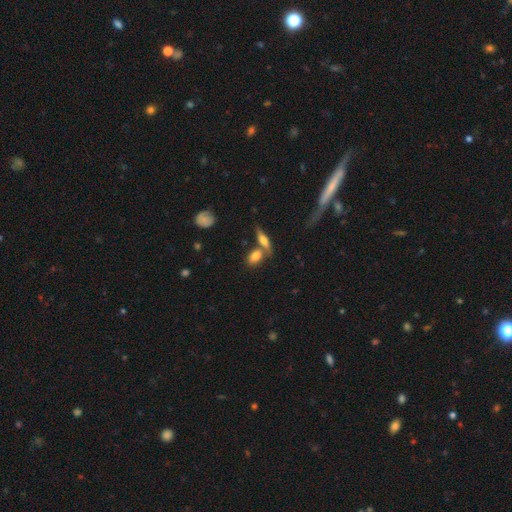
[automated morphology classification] A smooth galaxy with no disk features (75%) that is in between round and cigar-shaped (78%). Merging: none (50%).